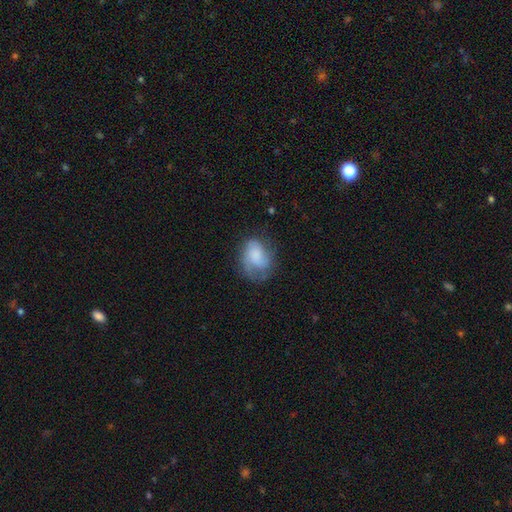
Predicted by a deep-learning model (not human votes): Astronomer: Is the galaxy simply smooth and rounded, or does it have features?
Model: smooth — 53% (runner-up: featured or disk, 39%).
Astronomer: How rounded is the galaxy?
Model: in between — 65%.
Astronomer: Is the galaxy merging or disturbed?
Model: none — 50% (runner-up: minor disturbance, 27%).